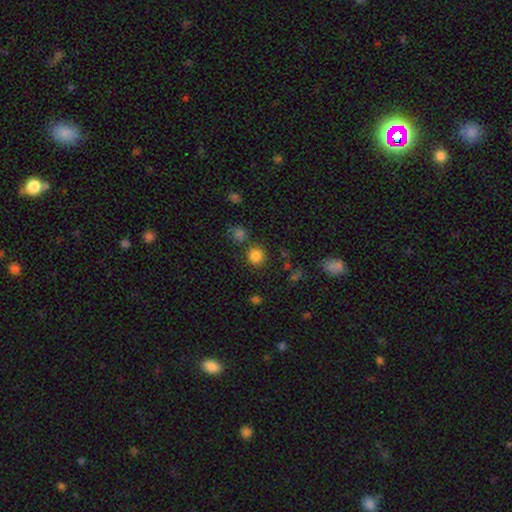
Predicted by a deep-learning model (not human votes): Smooth or featured? smooth (83%)
How rounded? round (90%)
Merging? none (78%)